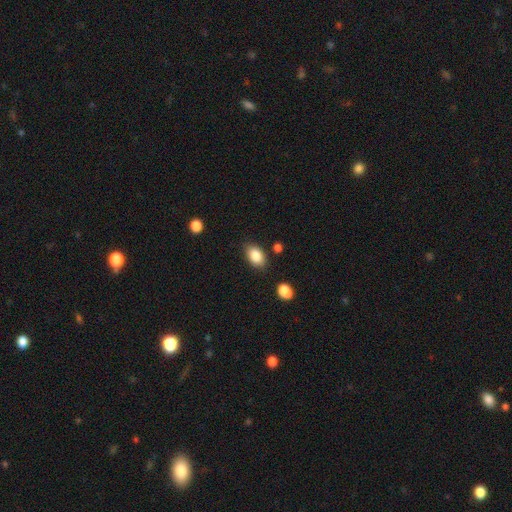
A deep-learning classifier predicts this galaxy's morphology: The model was most divided on "merging": none: 81%, minor disturbance: 13%, merger: 3%, major disturbance: 3%. More confident: how rounded — in between (88%); smooth or featured — smooth (86%).